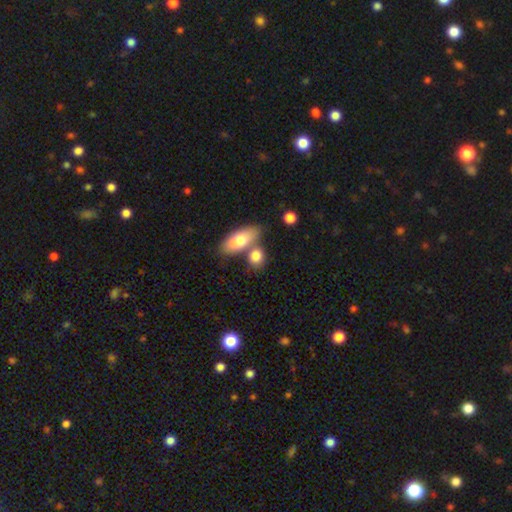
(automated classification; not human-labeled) The model was most divided on "merging": merger: 43%, none: 41%, minor disturbance: 11%, major disturbance: 5%. More confident: smooth or featured — smooth (76%); how rounded — in between (61%).